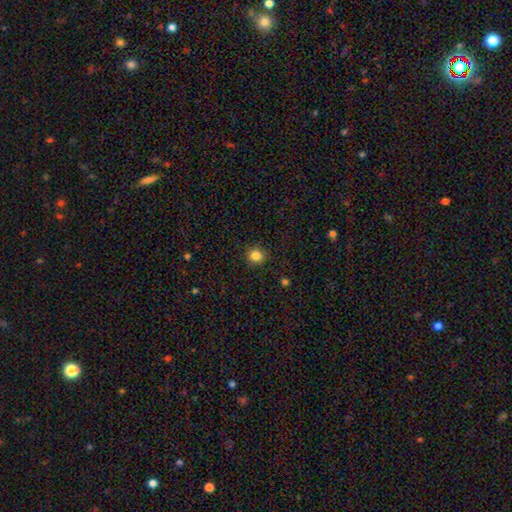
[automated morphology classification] The model was most divided on "smooth or featured": smooth: 84%, star or artifact: 12%, featured or disk: 5%. More confident: merging — none (90%); how rounded — round (89%).